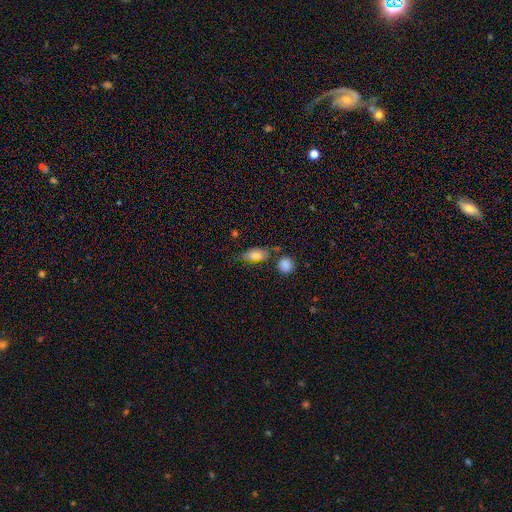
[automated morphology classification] The model was most divided on "merging": none: 61%, minor disturbance: 21%, merger: 11%, major disturbance: 7%. More confident: how rounded — in between (80%); smooth or featured — smooth (79%).